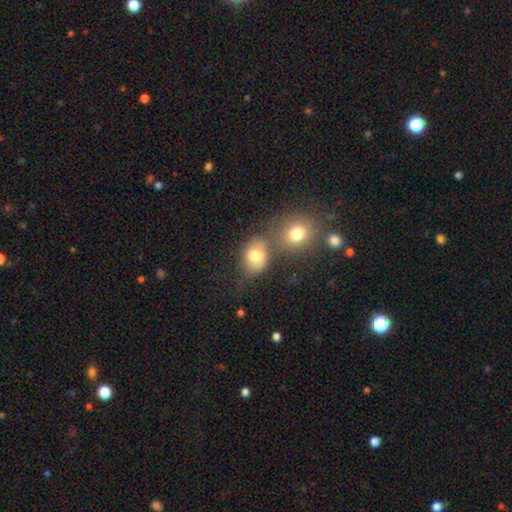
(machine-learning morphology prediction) This is likely a smooth galaxy (76%). How rounded: possibly round (51%). Merging: possibly none (45%).